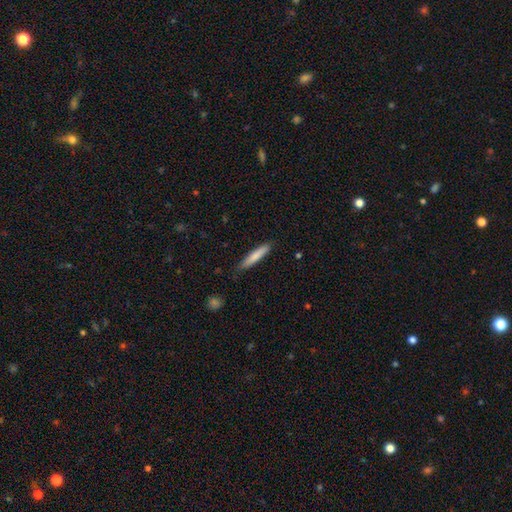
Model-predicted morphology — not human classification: smooth_or_featured: smooth (p=0.77) [alt: featured or disk p=0.17]
how_rounded: cigar-shaped (p=0.90) [alt: in between p=0.09]
merging: none (p=0.83) [alt: minor disturbance p=0.14]